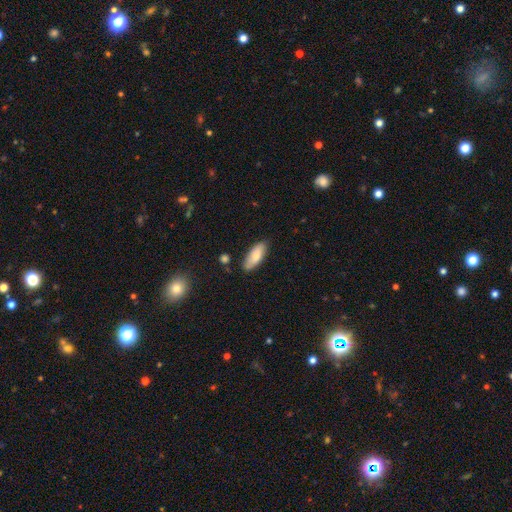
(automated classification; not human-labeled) Smooth or featured: smooth — 79% (featured or disk — 14%)
How rounded: in between — 75% (cigar-shaped — 23%)
Merging: none — 82% (minor disturbance — 14%)